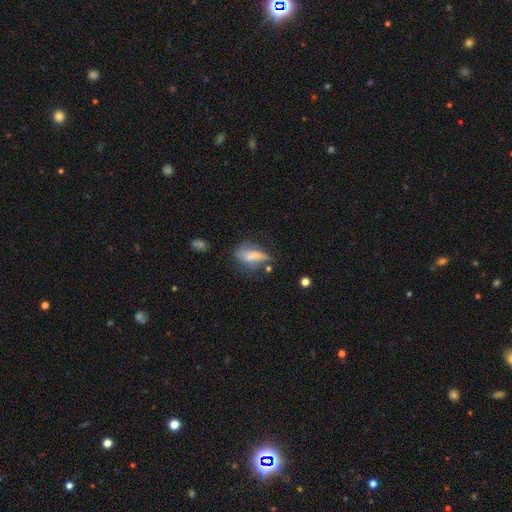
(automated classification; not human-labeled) Q: Smooth or featured?
A: smooth (54%); runner-up: featured or disk (34%)
Q: How rounded?
A: in between (68%); runner-up: cigar-shaped (26%)
Q: Merging?
A: none (43%); runner-up: minor disturbance (31%)